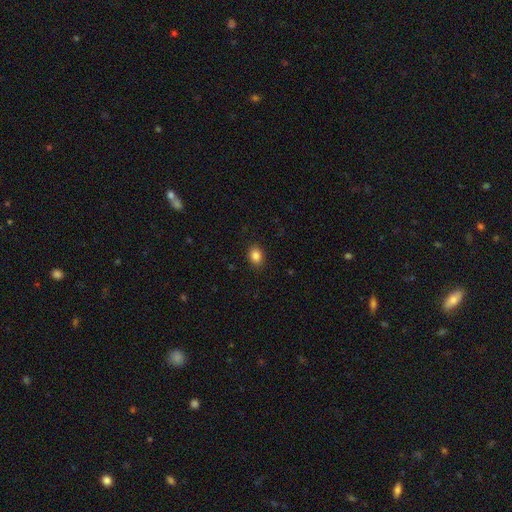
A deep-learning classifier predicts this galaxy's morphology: smooth 86%, star or artifact 10%, featured or disk 5%. Down the decision tree: how rounded — in between (61%); merging — none (89%).